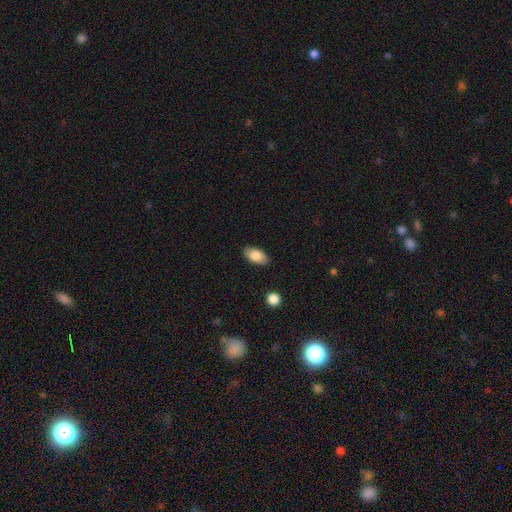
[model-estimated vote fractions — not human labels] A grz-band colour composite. It shows a smooth galaxy with no disk features (83%) that is in between round and cigar-shaped (93%). Merging: none (87%).